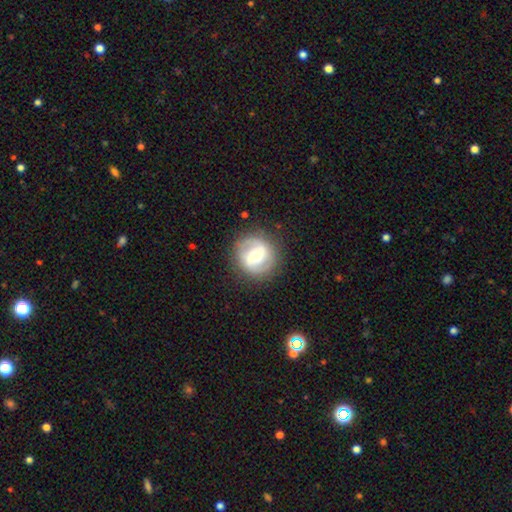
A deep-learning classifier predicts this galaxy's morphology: The model was most divided on "bar": weak: 42%, no: 30%, strong: 28%. More confident: edge-on disk — no (96%); merging — none (85%); bulge size — moderate (72%); spiral arms — yes (69%); smooth or featured — featured or disk (60%).